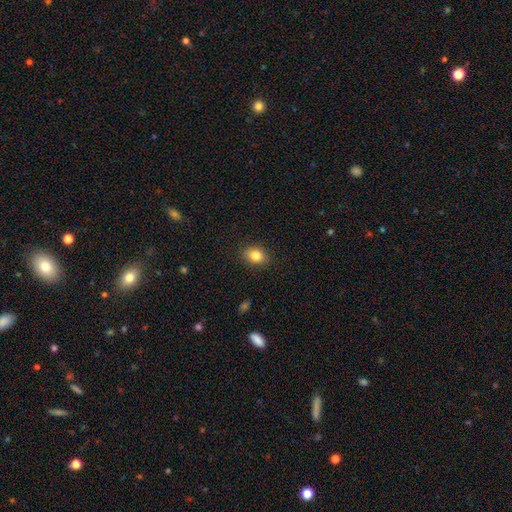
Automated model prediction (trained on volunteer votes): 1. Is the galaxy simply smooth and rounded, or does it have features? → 83% smooth, 10% star or artifact, 8% featured or disk.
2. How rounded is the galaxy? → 64% in between, 35% round, 1% cigar-shaped.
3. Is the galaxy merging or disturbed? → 88% none, 9% minor disturbance, 2% major disturbance, 1% merger.